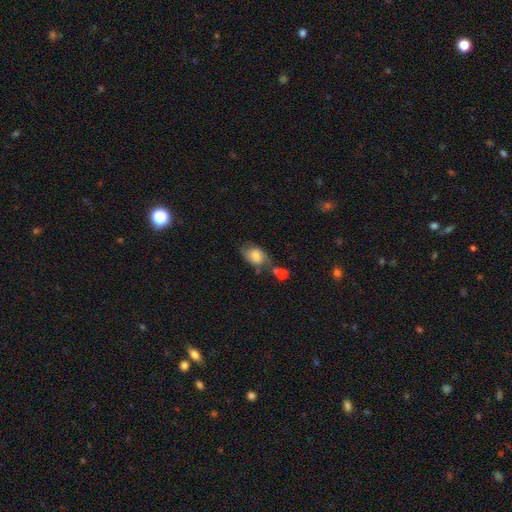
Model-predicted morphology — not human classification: smooth 68%, featured or disk 24%, star or artifact 8%. Down the decision tree: how rounded — in between (82%); merging — none (40%).